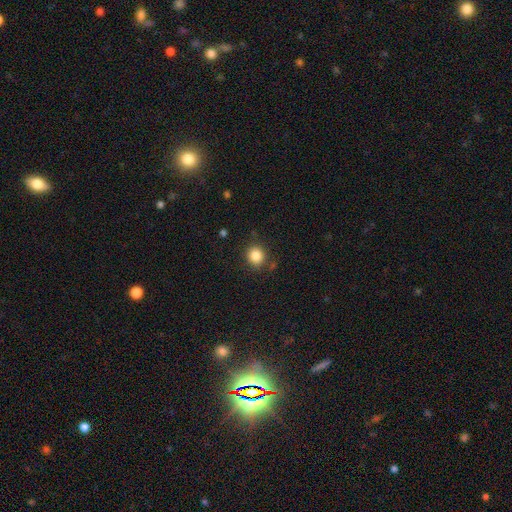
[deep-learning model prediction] smooth-or-featured: smooth: 85% | star or artifact: 10% | featured or disk: 5%
  how-rounded: round: 86% | in between: 13% | cigar-shaped: 1%
  merging: none: 84% | minor disturbance: 10% | major disturbance: 3% | merger: 3%